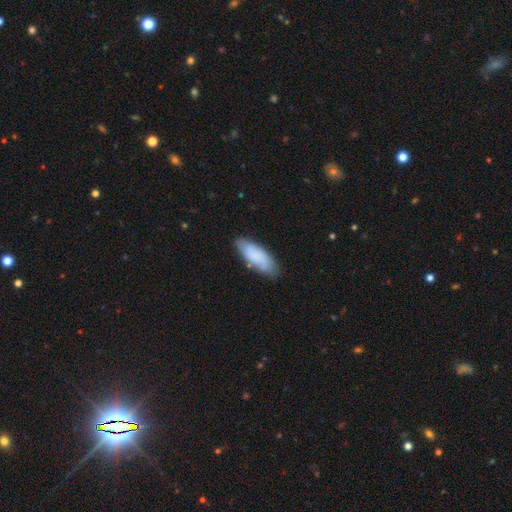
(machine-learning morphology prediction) smooth_or_featured: smooth (p=0.76) [alt: featured or disk p=0.18]
how_rounded: in between (p=0.71) [alt: cigar-shaped p=0.27]
merging: none (p=0.76) [alt: minor disturbance p=0.18]